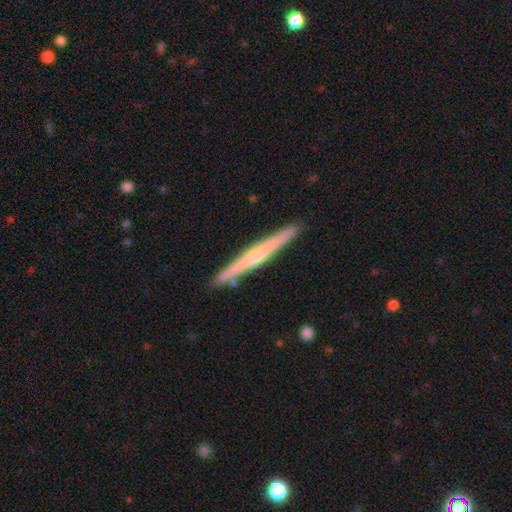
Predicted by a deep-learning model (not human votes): Overall: featured or disk (69%). Edge-on disk: yes (97%). Edge-on bulge: rounded (61%; none 31%). Merging: none (90%).